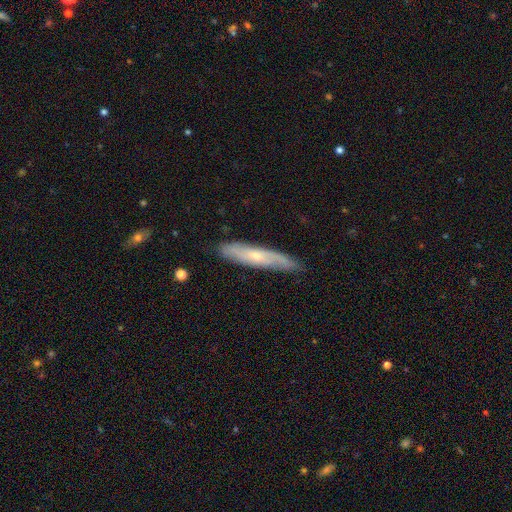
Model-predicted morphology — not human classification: Overall: featured or disk (56%; smooth 38%). Edge-on disk: yes (53%; no 47%). Merging: none (78%).